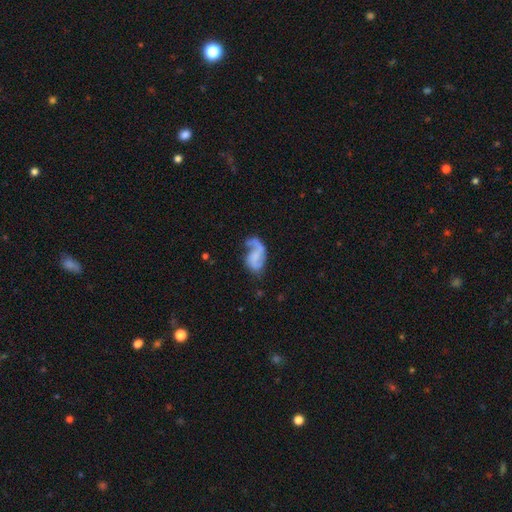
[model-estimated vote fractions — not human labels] Morphology: type=featured or disk (74%); edge-on=no (98%); bar=no (50%); spiral arms=yes (90%); winding=loose (55%); arm count=2 (68%); bulge=none (55%); merging=none (39%).